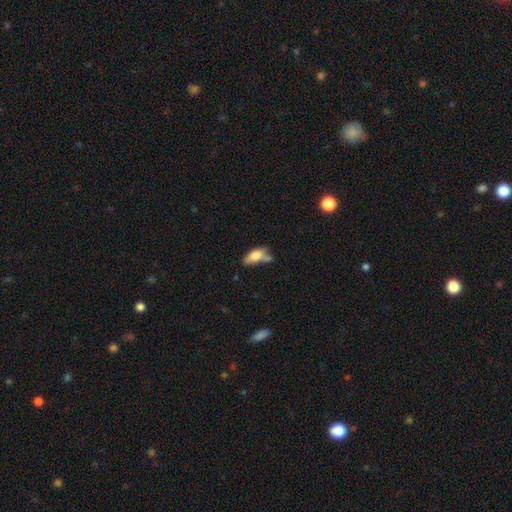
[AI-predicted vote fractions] This appears to be a smooth galaxy with no disk features (71%) that is in between round and cigar-shaped (82%). Merging: none (34%).